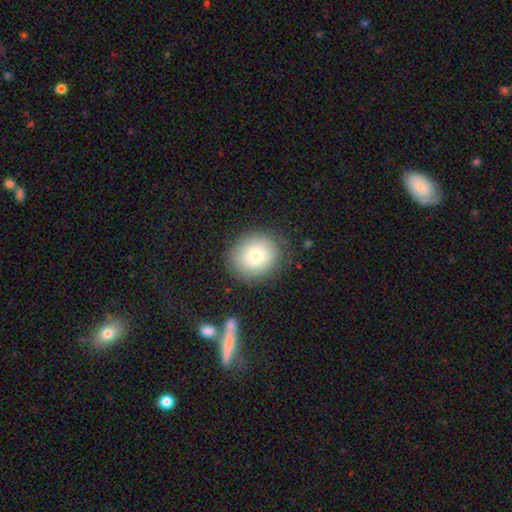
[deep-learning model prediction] A smooth galaxy with no disk features (76%) that is round (77%). Merging: none (83%).